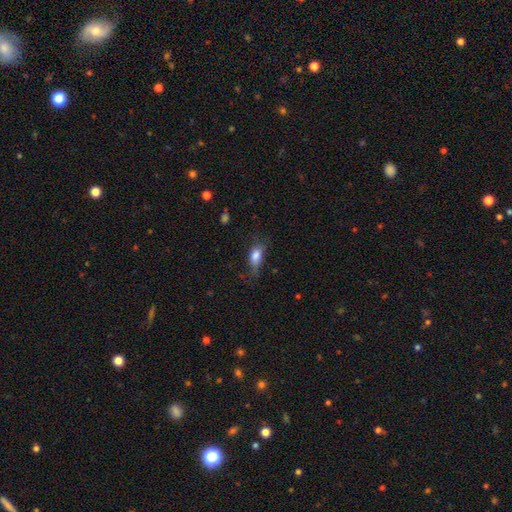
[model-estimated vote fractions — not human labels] Smooth or featured? Predicted: smooth (p=0.78). How rounded? Predicted: in between (p=0.80). Merging? Predicted: none (p=0.50).